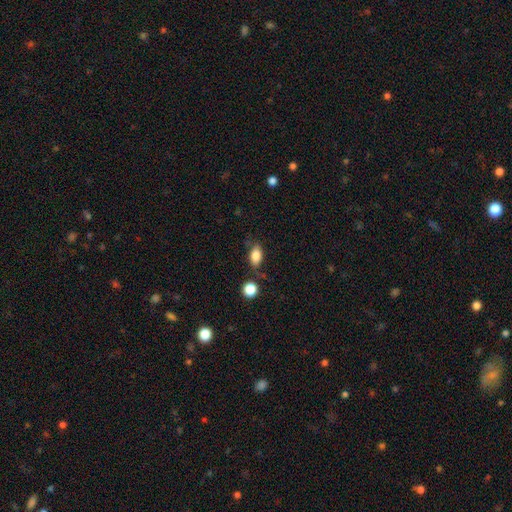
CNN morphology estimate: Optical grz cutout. It shows a smooth galaxy with no disk features (82%) that is in between round and cigar-shaped (88%). Merging: none (69%).